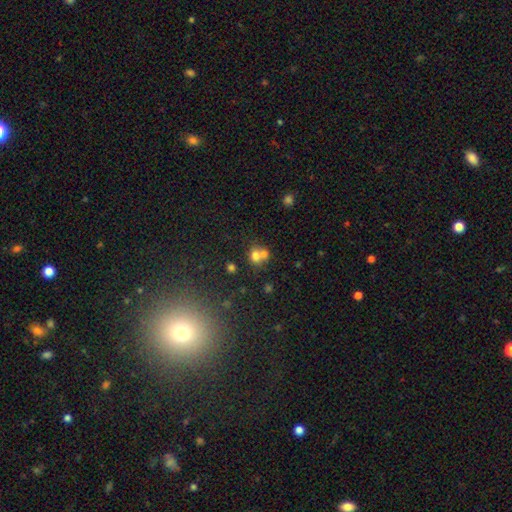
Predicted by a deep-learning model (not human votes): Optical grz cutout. It shows a smooth galaxy with no disk features (69%) that is round (68%). Merging: merger (56%).